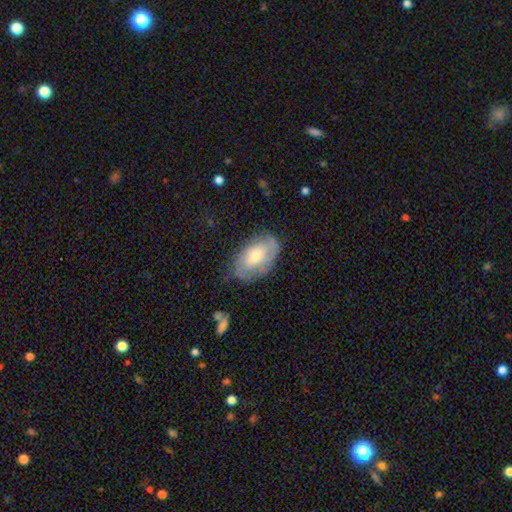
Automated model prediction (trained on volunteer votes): The model was most divided on "smooth or featured": featured or disk: 51%, smooth: 43%, star or artifact: 6%. More confident: edge-on disk — no (93%); merging — none (70%).